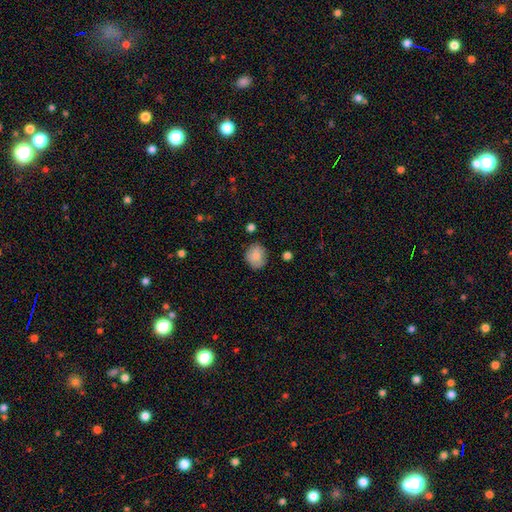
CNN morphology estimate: Smooth or featured: smooth — 85% (star or artifact — 8%)
How rounded: round — 61% (in between — 38%)
Merging: none — 76% (minor disturbance — 17%)